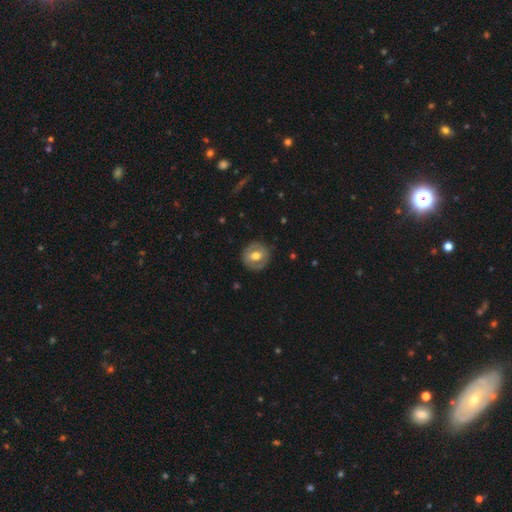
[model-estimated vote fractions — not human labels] smooth_or_featured: smooth (p=0.49) [alt: featured or disk p=0.44]
merging: none (p=0.85) [alt: minor disturbance p=0.10]